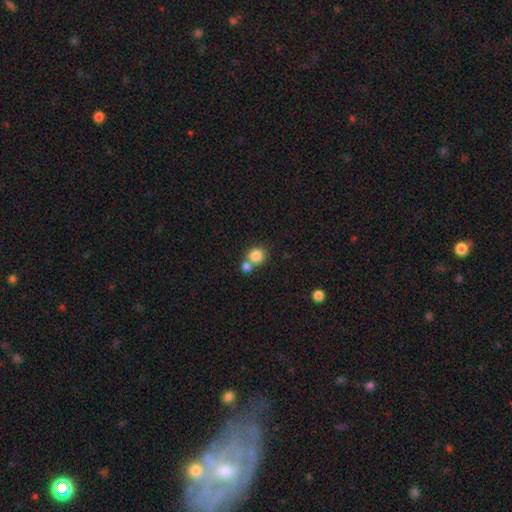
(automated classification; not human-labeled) Smooth or featured?
  - smooth: 83% *
  - star or artifact: 10%
  - featured or disk: 7%
How rounded?
  - round: 88% *
  - in between: 11%
  - cigar-shaped: 1%
Merging?
  - none: 50% *
  - merger: 41%
  - minor disturbance: 7%
  - major disturbance: 2%